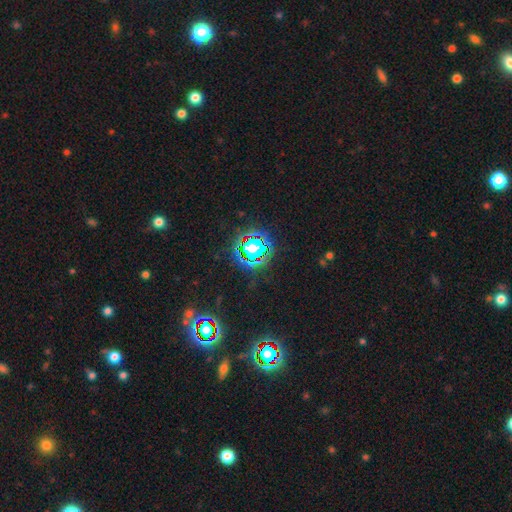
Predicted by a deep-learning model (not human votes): A star or artifact, not a galaxy (81%).